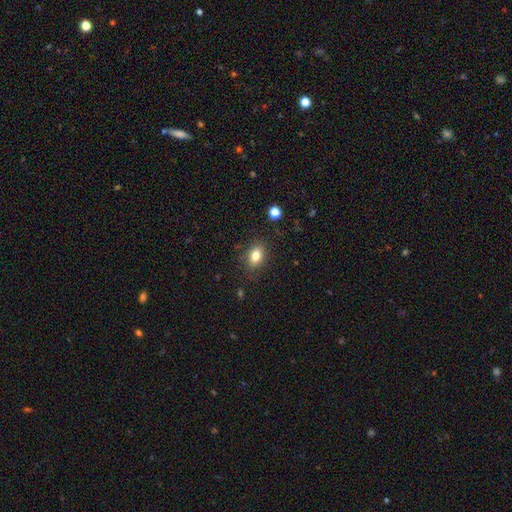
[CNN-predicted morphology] The model was most divided on "how rounded": in between: 76%, round: 22%, cigar-shaped: 2%. More confident: merging — none (85%); smooth or featured — smooth (81%).